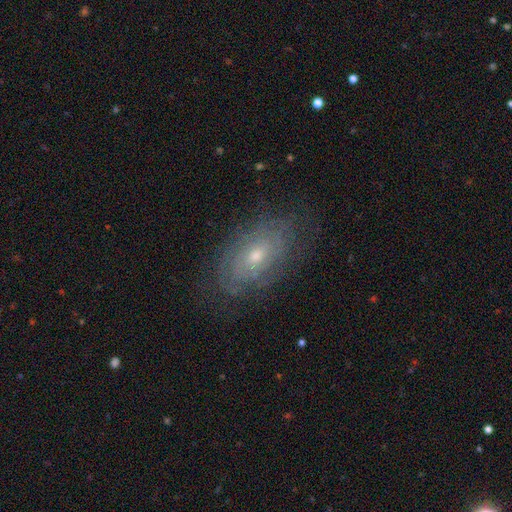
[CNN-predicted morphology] This appears to be a featured or disk galaxy (61%) with no bar (76%), spiral arms (73%) and a small central bulge (55%). Merging: none (77%).